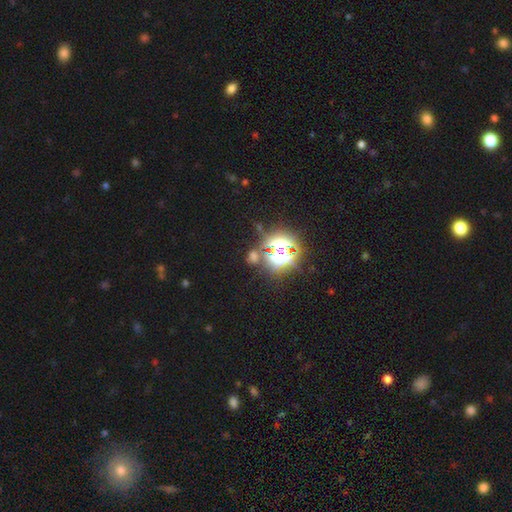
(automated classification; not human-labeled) This appears to be a star or artifact, not a galaxy (72%).